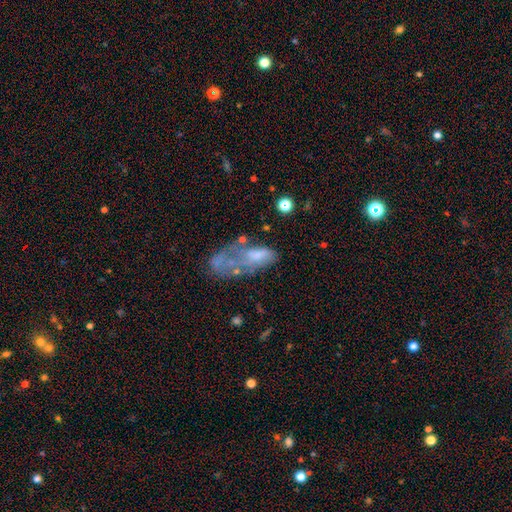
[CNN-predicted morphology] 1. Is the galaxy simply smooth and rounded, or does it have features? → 48% smooth, 42% featured or disk, 11% star or artifact.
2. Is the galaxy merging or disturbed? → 41% major disturbance, 22% none, 20% minor disturbance, 17% merger.